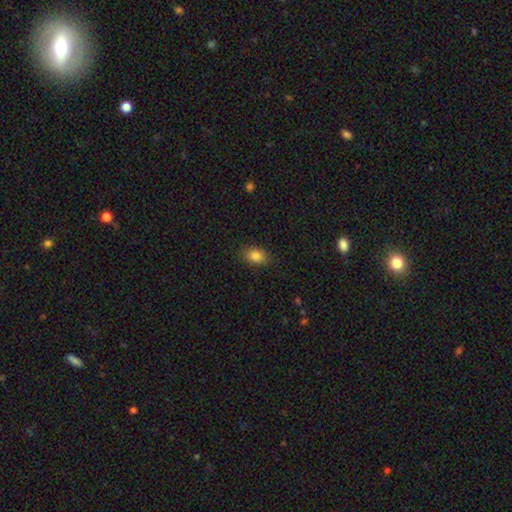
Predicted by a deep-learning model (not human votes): A smooth galaxy with no disk features (85%) that is in between round and cigar-shaped (80%).

Vote fractions:
- Smooth or featured? smooth: 85% / star or artifact: 10% / featured or disk: 6%
- How rounded? in between: 80% / round: 18% / cigar-shaped: 2%
- Merging? none: 86% / minor disturbance: 10% / major disturbance: 3% / merger: 1%